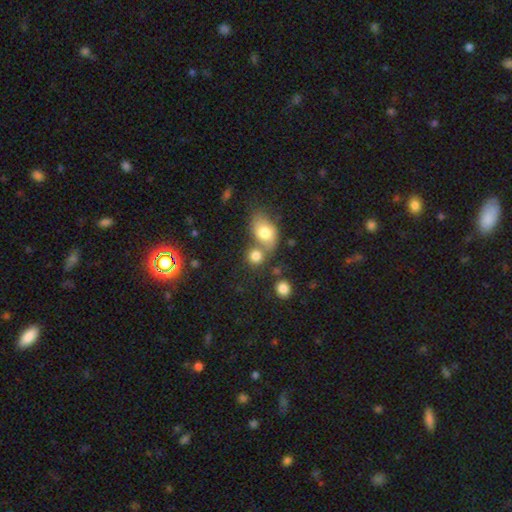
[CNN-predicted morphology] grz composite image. It shows a smooth galaxy with no disk features (79%) that is round (67%). Merging: merger (44%).